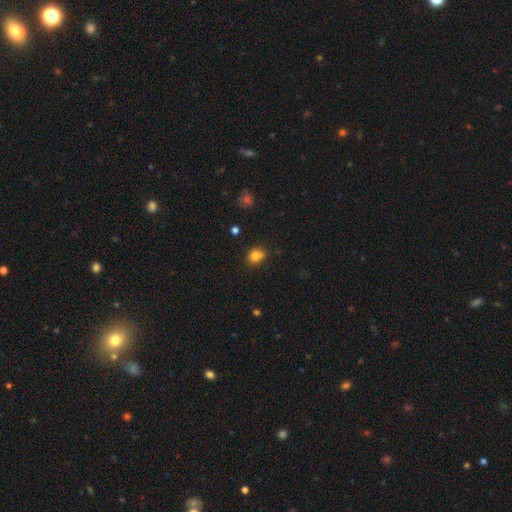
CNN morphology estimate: Smooth or featured: smooth — 81% (star or artifact — 12%)
How rounded: round — 57% (in between — 42%)
Merging: none — 70% (minor disturbance — 21%)